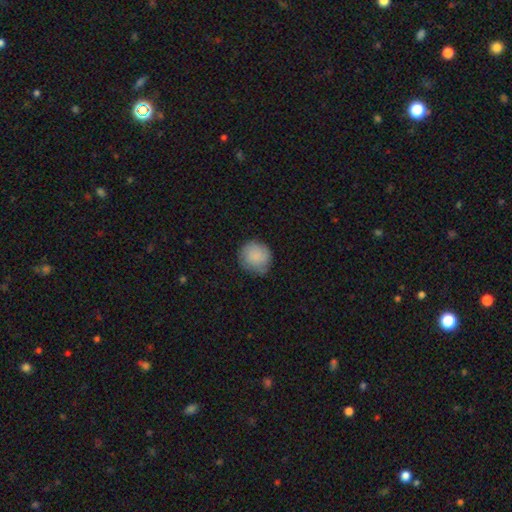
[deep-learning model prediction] Smooth or featured: smooth — 80% (featured or disk — 13%)
How rounded: round — 89% (in between — 10%)
Merging: none — 75% (minor disturbance — 19%)